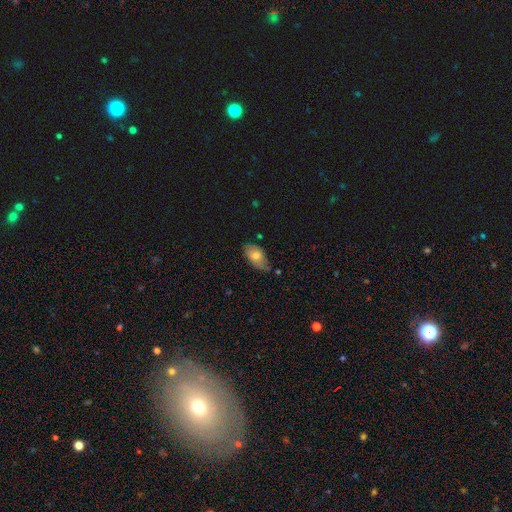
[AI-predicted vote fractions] Smooth or featured? smooth (64%)
How rounded? in between (91%)
Merging? none (56%)